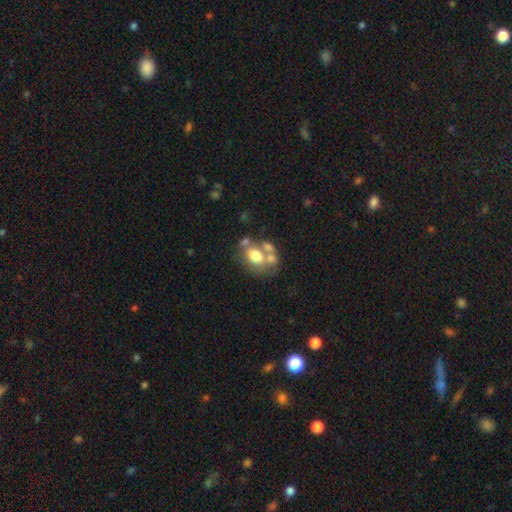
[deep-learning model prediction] Smooth or featured: smooth — 57% (featured or disk — 32%)
How rounded: in between — 67% (round — 31%)
Merging: merger — 44% (none — 32%)